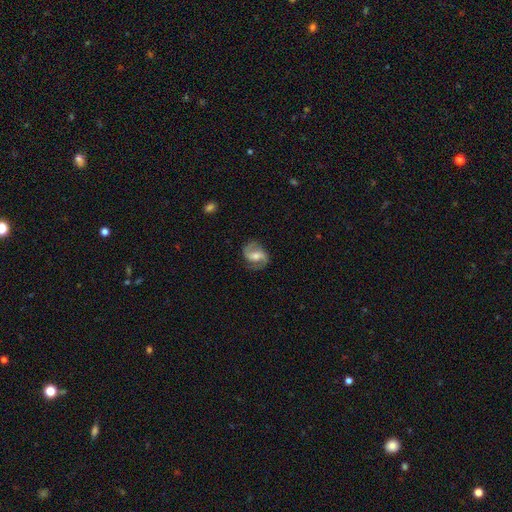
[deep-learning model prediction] featured or disk 77%, smooth 17%, star or artifact 6%. Down the decision tree: edge-on disk — no (97%); bar — weak (43%); spiral arms — yes (92%); spiral arm count — 2 (88%); spiral winding — medium (49%); bulge size — moderate (58%); merging — none (77%).